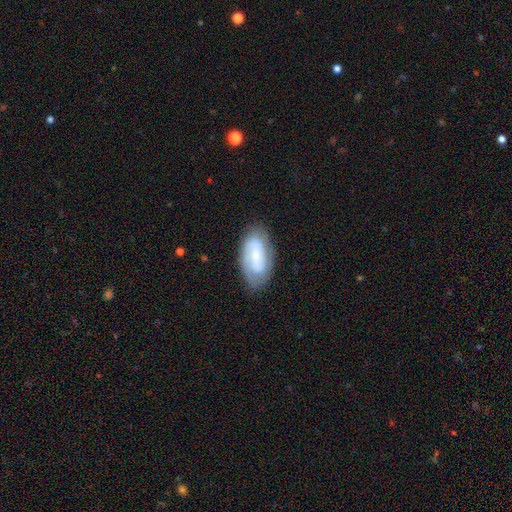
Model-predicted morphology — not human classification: This is possibly a featured or disk galaxy (50%). It is clearly not viewed edge-on (94%). Merging: likely none (77%).